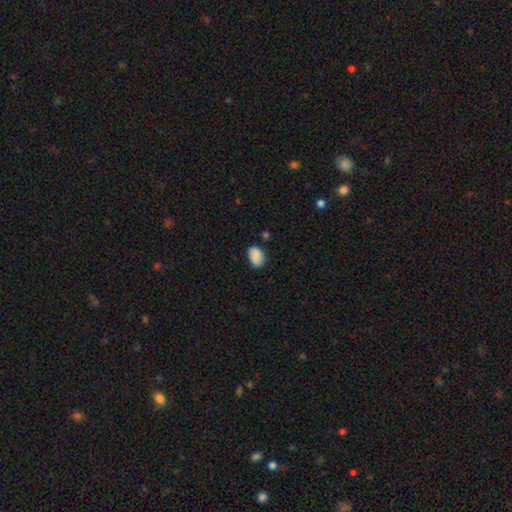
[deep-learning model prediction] smooth_or_featured: smooth (p=0.88) [alt: star or artifact p=0.08]
how_rounded: in between (p=0.84) [alt: round p=0.15]
merging: none (p=0.75) [alt: minor disturbance p=0.19]